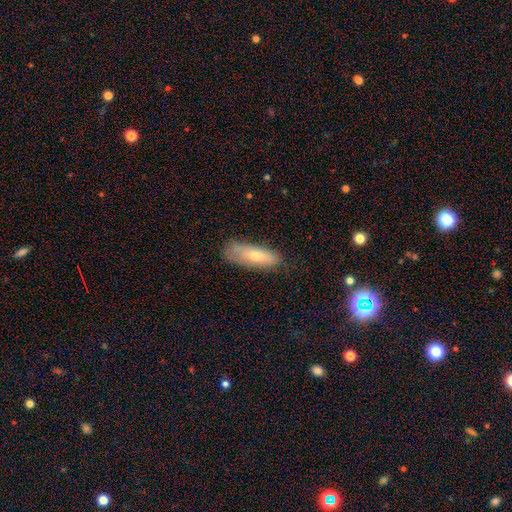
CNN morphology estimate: Smooth or featured? smooth (70%)
How rounded? in between (53%)
Merging? none (71%)